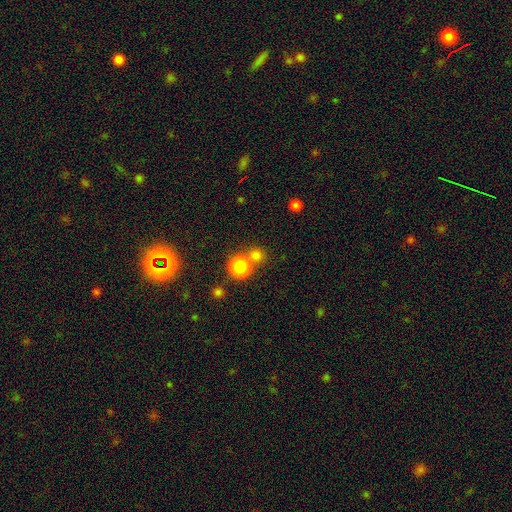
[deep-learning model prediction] smooth_or_featured: smooth (p=0.77) [alt: star or artifact p=0.17]
how_rounded: round (p=0.87) [alt: in between p=0.12]
merging: none (p=0.60) [alt: merger p=0.29]